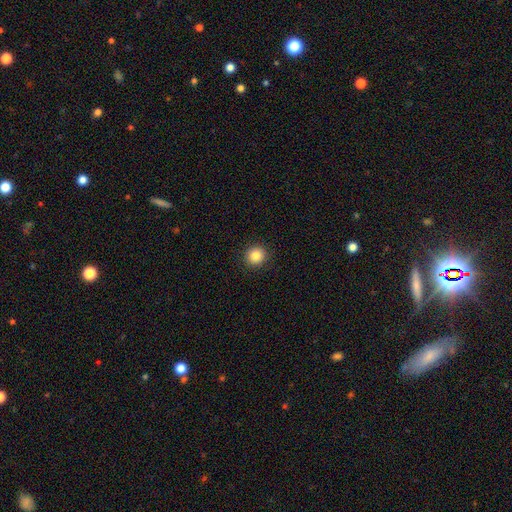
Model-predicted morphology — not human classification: A smooth galaxy with no disk features (84%) that is round (92%). Merging: none (92%).